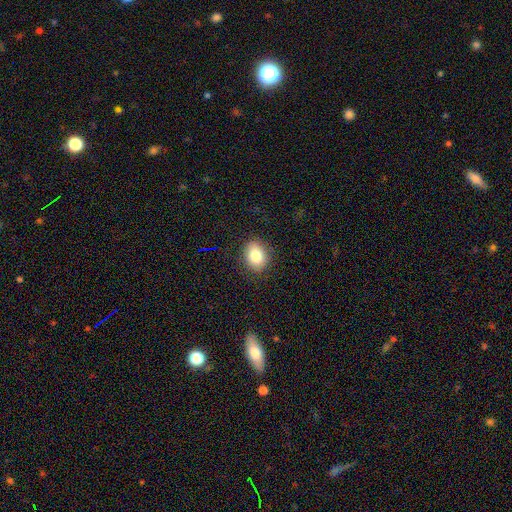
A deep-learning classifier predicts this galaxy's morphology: Smooth or featured: smooth — 82% (star or artifact — 10%)
How rounded: in between — 56% (round — 43%)
Merging: none — 86% (minor disturbance — 10%)